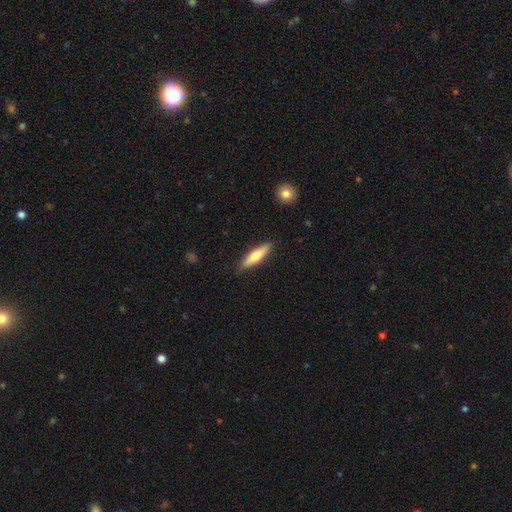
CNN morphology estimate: Q: Smooth or featured?
A: smooth (65%); runner-up: featured or disk (29%)
Q: How rounded?
A: cigar-shaped (77%); runner-up: in between (22%)
Q: Merging?
A: none (88%); runner-up: minor disturbance (9%)